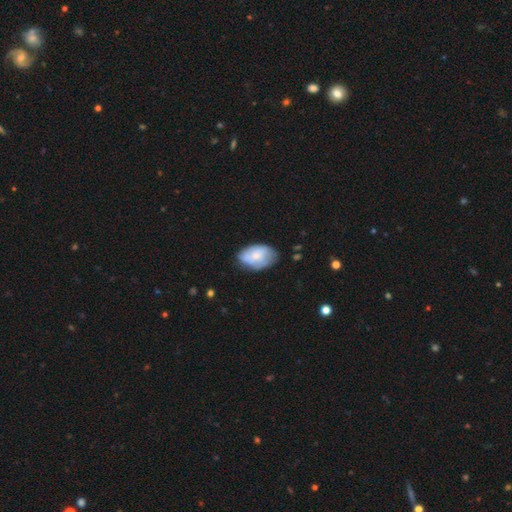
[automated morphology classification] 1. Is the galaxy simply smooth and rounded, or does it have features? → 61% smooth, 33% featured or disk, 6% star or artifact.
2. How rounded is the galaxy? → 90% in between, 9% round, 1% cigar-shaped.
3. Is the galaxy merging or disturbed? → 65% none, 26% minor disturbance, 7% major disturbance, 3% merger.